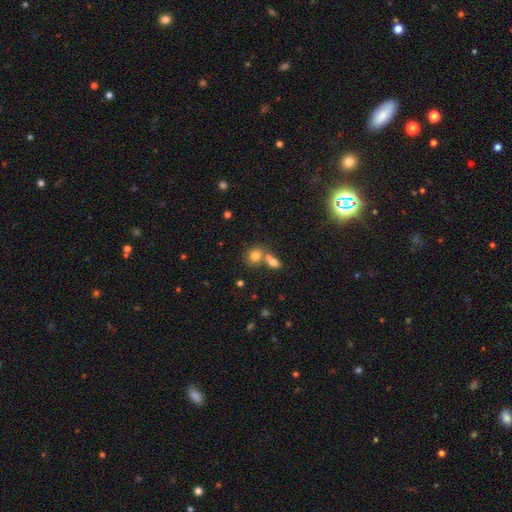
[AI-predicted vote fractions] smooth-or-featured: smooth: 78% | star or artifact: 11% | featured or disk: 11%
  how-rounded: round: 63% | in between: 35% | cigar-shaped: 2%
  merging: none: 44% (tied) | merger: 44% (tied) | minor disturbance: 8% | major disturbance: 3%